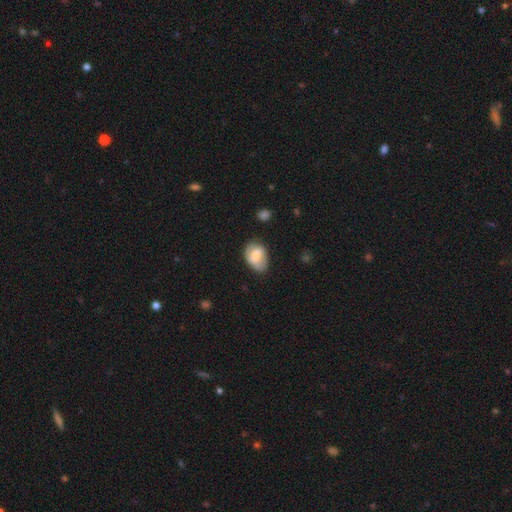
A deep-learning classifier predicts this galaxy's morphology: Q: Smooth or featured?
A: smooth (62%); runner-up: featured or disk (30%)
Q: How rounded?
A: in between (81%); runner-up: round (18%)
Q: Merging?
A: none (55%); runner-up: minor disturbance (32%)